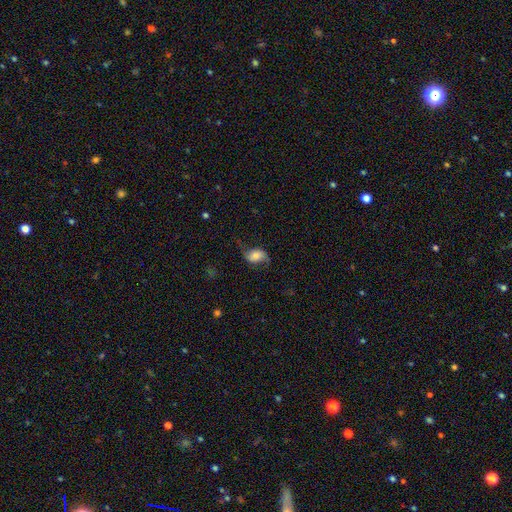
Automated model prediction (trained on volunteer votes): A featured or disk galaxy (47%).

Vote fractions:
- Smooth or featured? featured or disk: 47% / smooth: 44% / star or artifact: 9%
- Merging? none: 61% / minor disturbance: 24% / major disturbance: 14% / merger: 2%